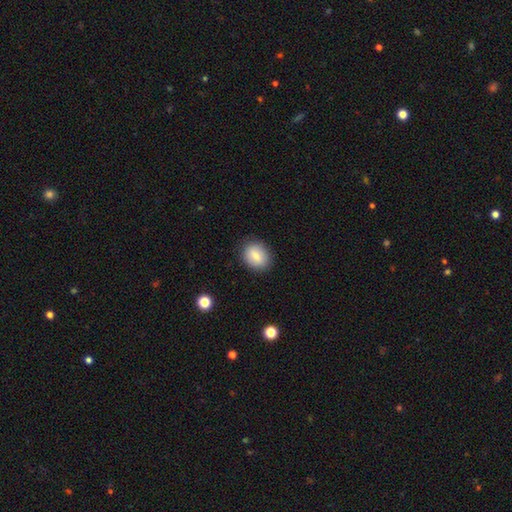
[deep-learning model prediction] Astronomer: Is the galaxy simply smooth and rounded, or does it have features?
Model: smooth — 76%.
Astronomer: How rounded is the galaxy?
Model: round — 55% (runner-up: in between, 44%).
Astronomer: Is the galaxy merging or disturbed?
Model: none — 86%.